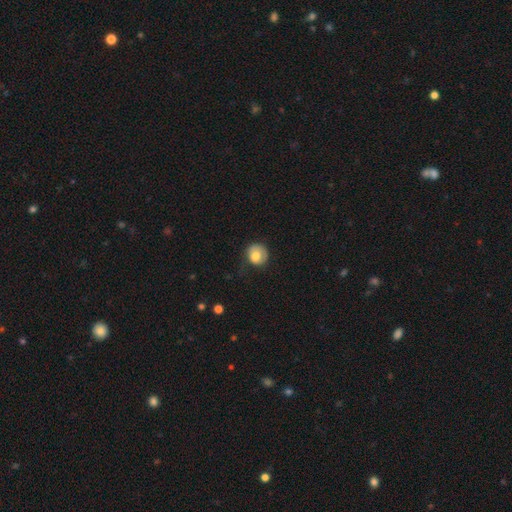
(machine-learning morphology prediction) Smooth or featured?
  - smooth: 76% *
  - featured or disk: 16%
  - star or artifact: 8%
How rounded?
  - round: 83% *
  - in between: 16%
  - cigar-shaped: 1%
Merging?
  - none: 59% *
  - minor disturbance: 27%
  - major disturbance: 12%
  - merger: 2%